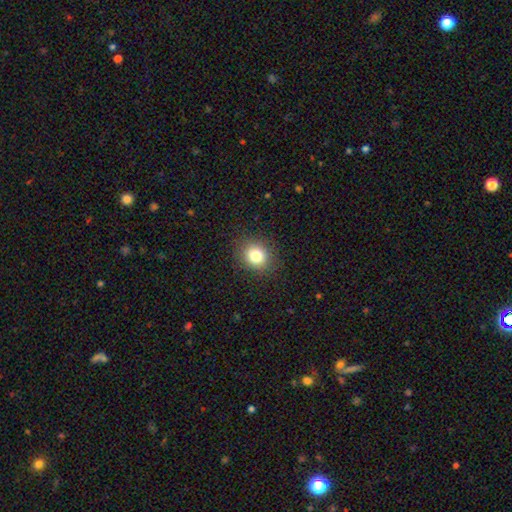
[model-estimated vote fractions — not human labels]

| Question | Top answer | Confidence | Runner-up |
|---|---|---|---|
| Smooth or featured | smooth | 81% | star or artifact (12%) |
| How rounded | round | 72% | in between (27%) |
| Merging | none | 88% | minor disturbance (8%) |